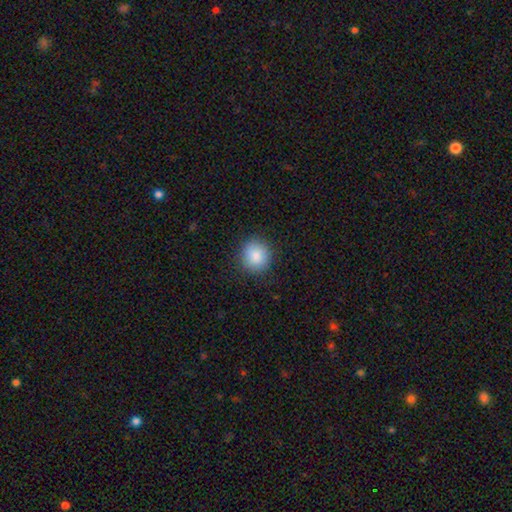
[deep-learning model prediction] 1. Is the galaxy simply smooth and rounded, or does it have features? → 86% smooth, 9% star or artifact, 5% featured or disk.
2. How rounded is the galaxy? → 90% round, 9% in between, 1% cigar-shaped.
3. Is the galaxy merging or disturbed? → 89% none, 8% minor disturbance, 2% major disturbance, 1% merger.